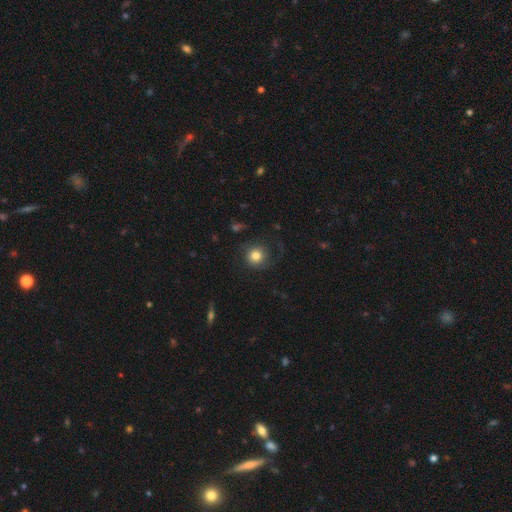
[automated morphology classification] smooth-or-featured: smooth: 75% | featured or disk: 15% | star or artifact: 10%
  how-rounded: round: 93% | in between: 6% | cigar-shaped: 1%
  merging: none: 75% | minor disturbance: 13% | major disturbance: 11% | merger: 1%